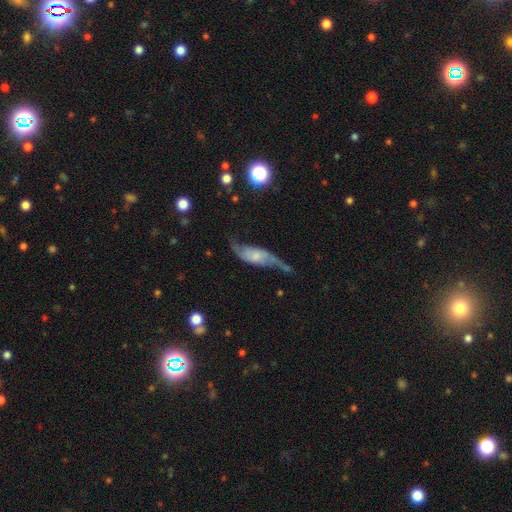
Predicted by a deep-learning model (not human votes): A featured or disk galaxy (70%) with no bar (57%), spiral arms (87%) and a small central bulge (47%).

Vote fractions:
- Smooth or featured? featured or disk: 70% / smooth: 23% / star or artifact: 7%
- Edge-on disk? no: 82% / yes: 18%
- Bar? no: 57% / weak: 33% / strong: 10%
- Spiral arms? yes: 87% / no: 13%
- Bulge size? small: 47% / moderate: 25% / none: 20% / large: 6% / dominant: 2%
- Merging? none: 45% / minor disturbance: 28% / major disturbance: 22% / merger: 5%